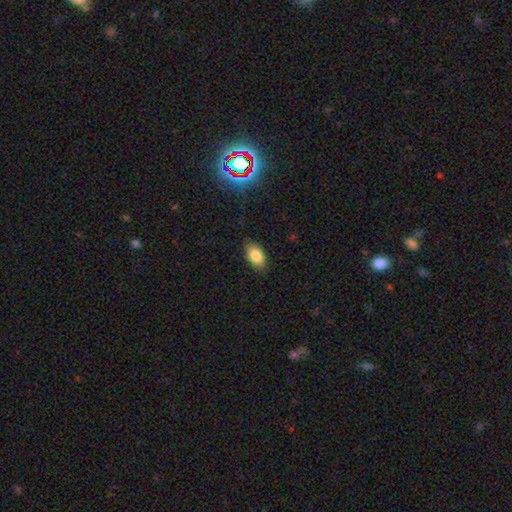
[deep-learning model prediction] smooth_or_featured: smooth (p=0.85) [alt: star or artifact p=0.08]
how_rounded: in between (p=0.92) [alt: round p=0.06]
merging: none (p=0.86) [alt: minor disturbance p=0.11]